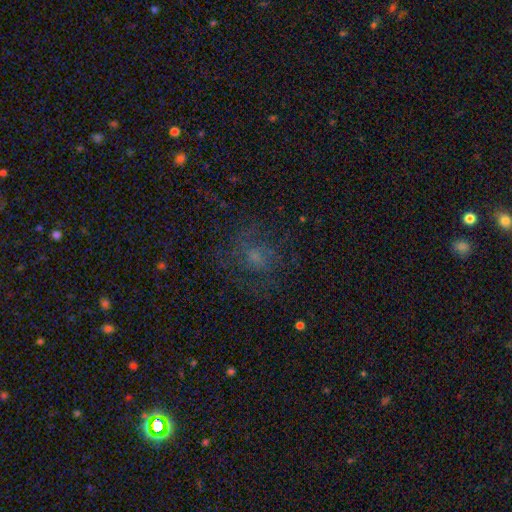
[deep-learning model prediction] Smooth or featured?
  - featured or disk: 42% *
  - smooth: 35%
  - star or artifact: 23%
Merging?
  - none: 60% *
  - major disturbance: 21%
  - minor disturbance: 17%
  - merger: 2%